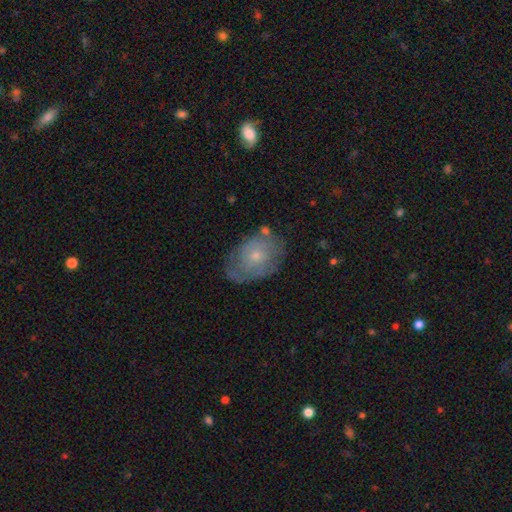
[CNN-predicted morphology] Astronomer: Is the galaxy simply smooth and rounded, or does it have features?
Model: smooth — 51% (runner-up: featured or disk, 41%).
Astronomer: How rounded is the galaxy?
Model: in between — 74%.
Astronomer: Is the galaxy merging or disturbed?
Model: none — 60%.